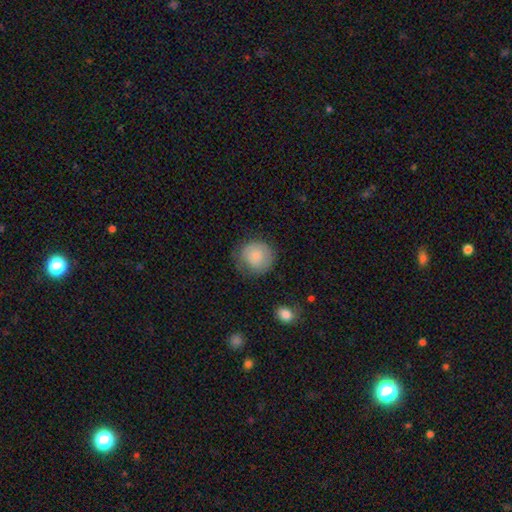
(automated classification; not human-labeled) Smooth or featured?
  - smooth: 78% *
  - featured or disk: 14%
  - star or artifact: 7%
How rounded?
  - round: 90% *
  - in between: 9%
  - cigar-shaped: 1%
Merging?
  - none: 69% *
  - minor disturbance: 21%
  - major disturbance: 8%
  - merger: 2%